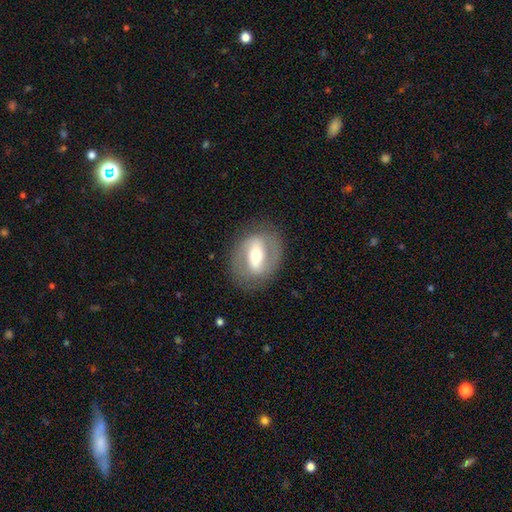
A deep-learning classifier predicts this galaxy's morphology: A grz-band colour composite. It shows a featured or disk galaxy (69%) with a strong bar (52%), spiral arms (60%) and a moderate central bulge (68%). Merging: none (79%).